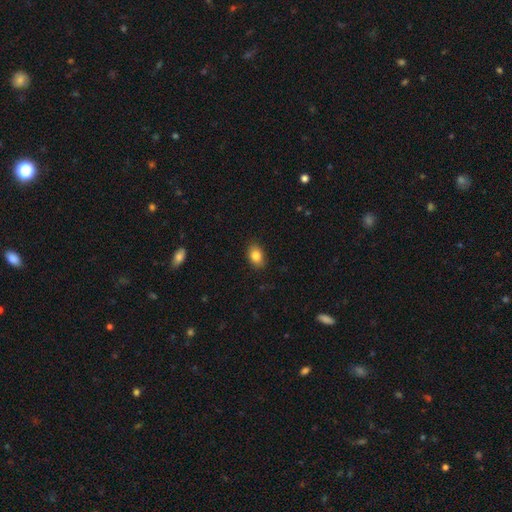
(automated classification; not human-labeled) This is clearly a smooth galaxy (85%). How rounded: clearly in between (81%). Merging: clearly none (87%).